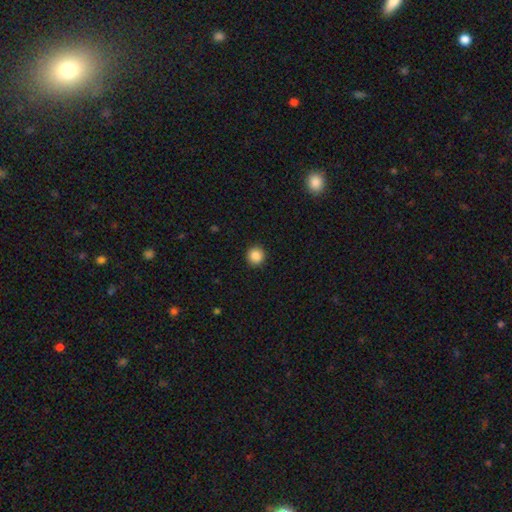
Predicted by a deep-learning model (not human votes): smooth 88%, star or artifact 9%, featured or disk 3%. Down the decision tree: how rounded — round (93%); merging — none (92%).